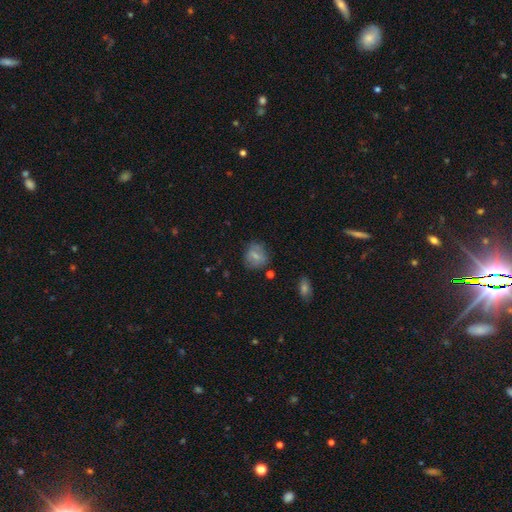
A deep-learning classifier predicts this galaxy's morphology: A smooth galaxy with no disk features (64%) that is round (68%). Merging: none (70%).